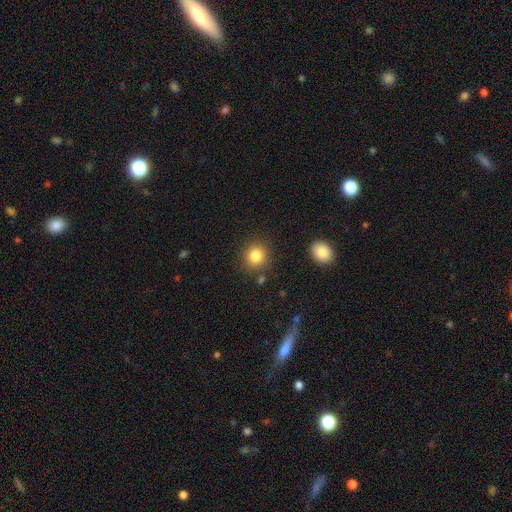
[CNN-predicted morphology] Q: Smooth or featured?
A: smooth (83%); runner-up: star or artifact (11%)
Q: How rounded?
A: round (89%); runner-up: in between (10%)
Q: Merging?
A: none (85%); runner-up: minor disturbance (8%)